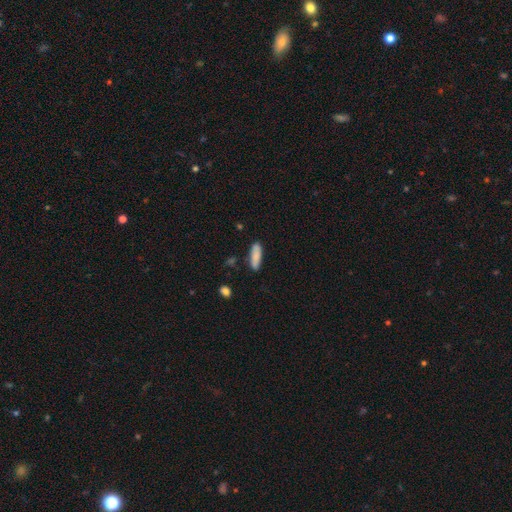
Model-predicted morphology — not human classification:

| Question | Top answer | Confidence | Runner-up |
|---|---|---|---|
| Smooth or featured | smooth | 86% | featured or disk (8%) |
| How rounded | cigar-shaped | 52% | in between (46%) |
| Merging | none | 83% | minor disturbance (12%) |